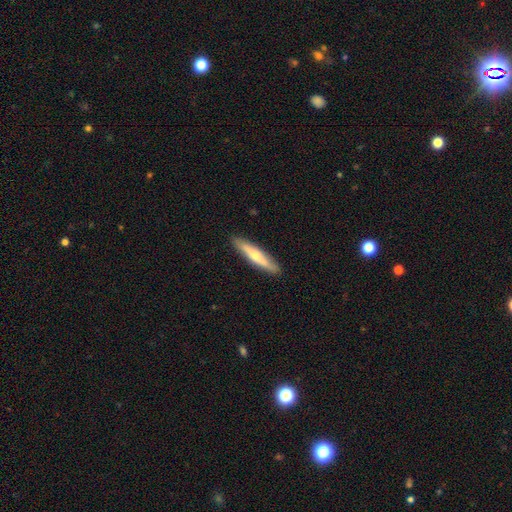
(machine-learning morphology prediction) This appears to be a smooth galaxy with no disk features (51%) that is cigar-shaped (85%). Merging: none (90%).